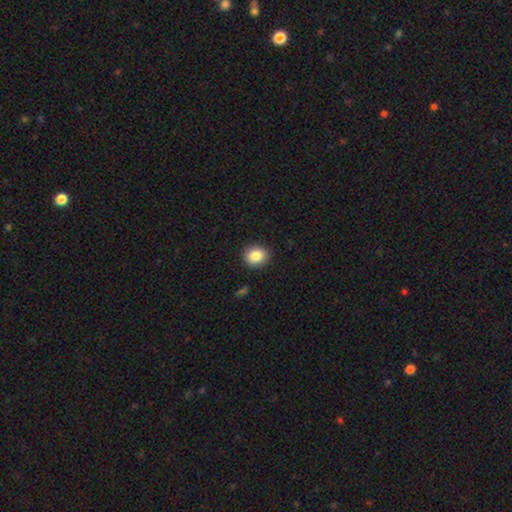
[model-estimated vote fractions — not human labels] A smooth galaxy with no disk features (86%) that is round (73%). Merging: none (90%).